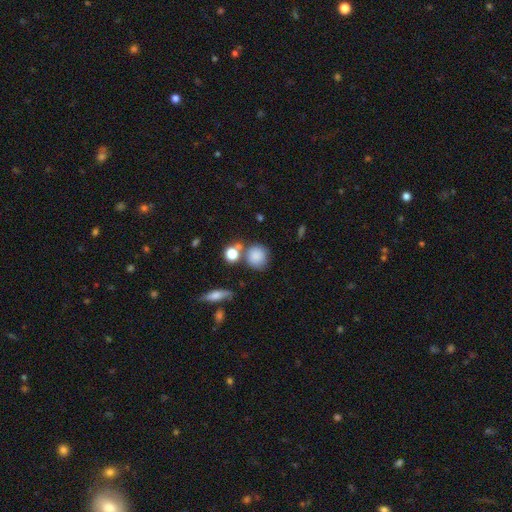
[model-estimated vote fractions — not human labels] The model was most divided on "merging": none: 63%, merger: 18%, minor disturbance: 14%, major disturbance: 5%. More confident: how rounded — round (84%); smooth or featured — smooth (82%).